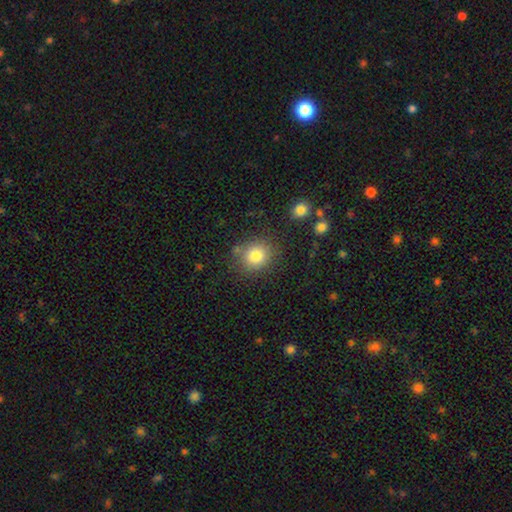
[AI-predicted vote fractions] The model was most divided on "how rounded": round: 75%, in between: 24%, cigar-shaped: 1%. More confident: smooth or featured — smooth (82%); merging — none (79%).